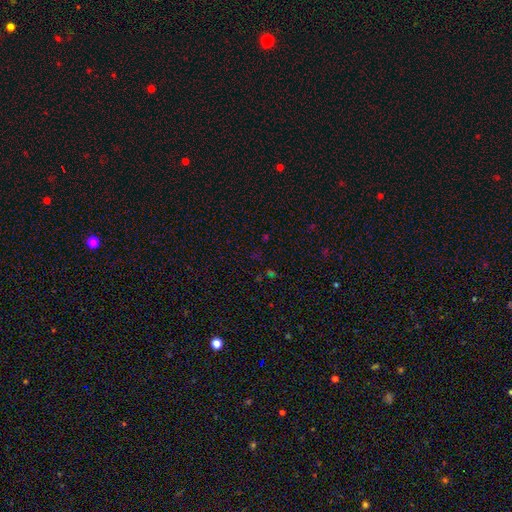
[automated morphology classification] Smooth or featured? star or artifact (62%)